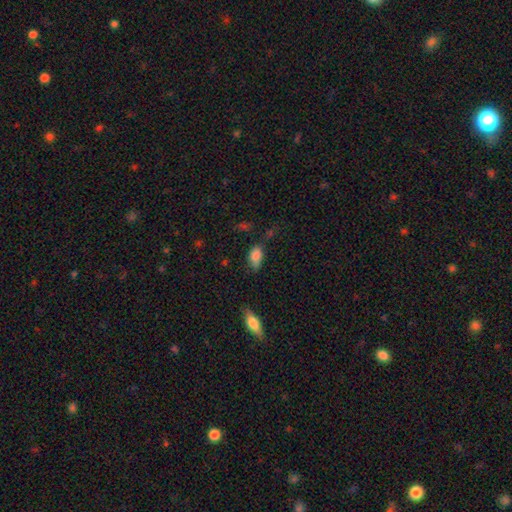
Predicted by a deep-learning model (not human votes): The model was most divided on "merging": none: 47%, minor disturbance: 35%, major disturbance: 12%, merger: 6%. More confident: how rounded — in between (89%); smooth or featured — smooth (82%).